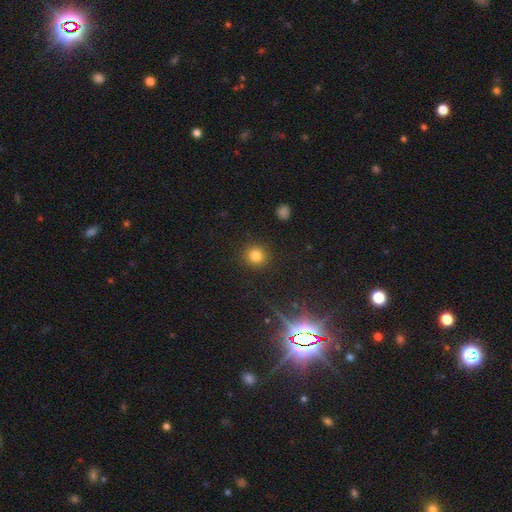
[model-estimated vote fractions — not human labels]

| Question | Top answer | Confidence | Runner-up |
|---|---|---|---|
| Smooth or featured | smooth | 81% | star or artifact (14%) |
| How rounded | round | 88% | in between (11%) |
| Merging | none | 90% | minor disturbance (6%) |